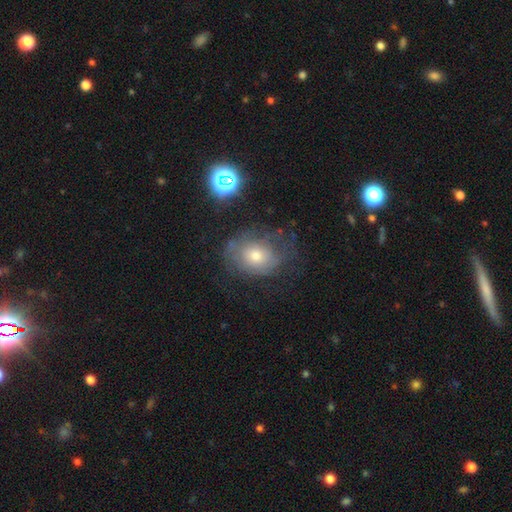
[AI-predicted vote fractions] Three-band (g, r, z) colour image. It shows a smooth galaxy with no disk features (46%). Merging: none (52%).